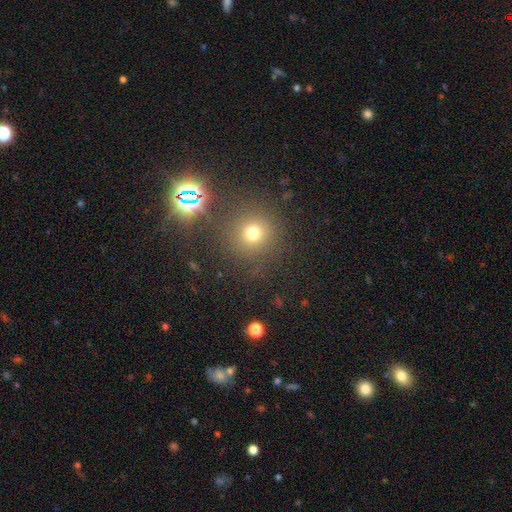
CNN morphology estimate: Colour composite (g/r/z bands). It shows a smooth galaxy with no disk features (48%). Merging: none (84%).